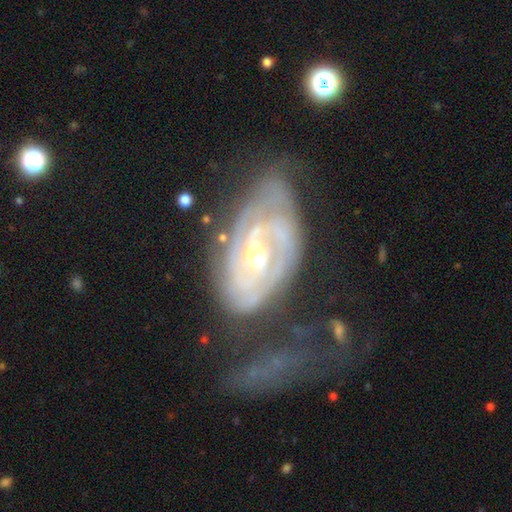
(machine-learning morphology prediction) The model was most divided on "bar": no: 47%, weak: 39%, strong: 14%. Remaining: edge-on disk — no (95%); spiral arms — yes (92%); smooth or featured — featured or disk (87%); spiral winding — tight (67%); bulge size — moderate (66%); merging — none (43%); spiral arm count — 2 (43%).